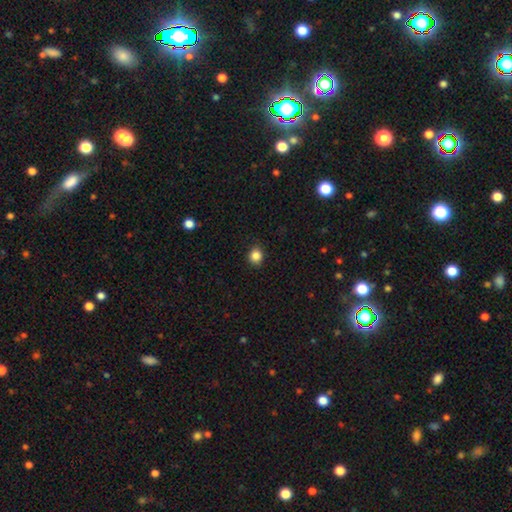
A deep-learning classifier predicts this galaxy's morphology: type=smooth (86%); roundness=round (79%); merging=none (89%).